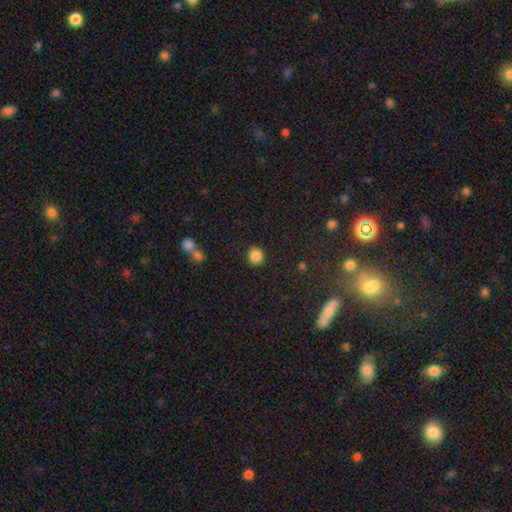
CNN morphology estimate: smooth_or_featured: smooth (p=0.86) [alt: star or artifact p=0.10]
how_rounded: round (p=0.83) [alt: in between p=0.16]
merging: none (p=0.89) [alt: minor disturbance p=0.07]